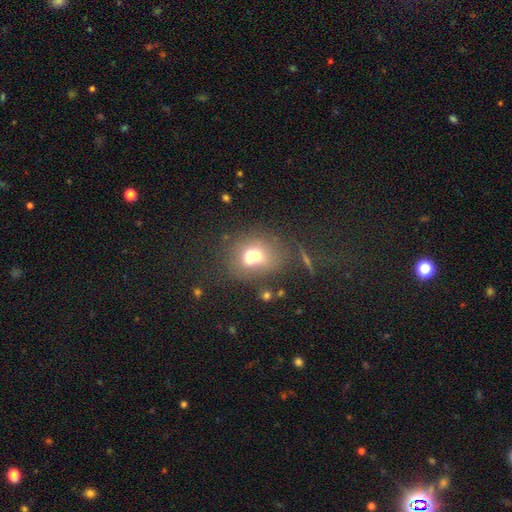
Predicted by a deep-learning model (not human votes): Smooth or featured? smooth (59%)
How rounded? round (64%)
Merging? merger (55%)